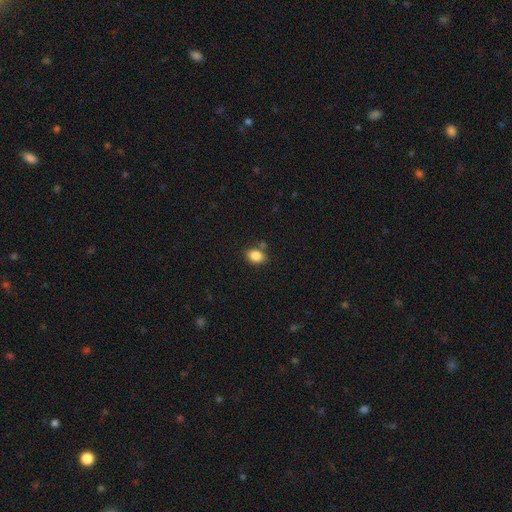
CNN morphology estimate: This is clearly a smooth galaxy (85%). How rounded: likely in between (68%). Merging: likely none (74%).